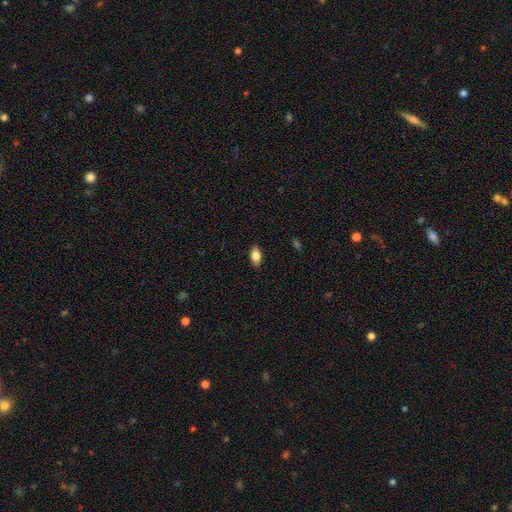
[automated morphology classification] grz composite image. It shows a smooth galaxy with no disk features (85%) that is in between round and cigar-shaped (91%). Merging: none (88%).